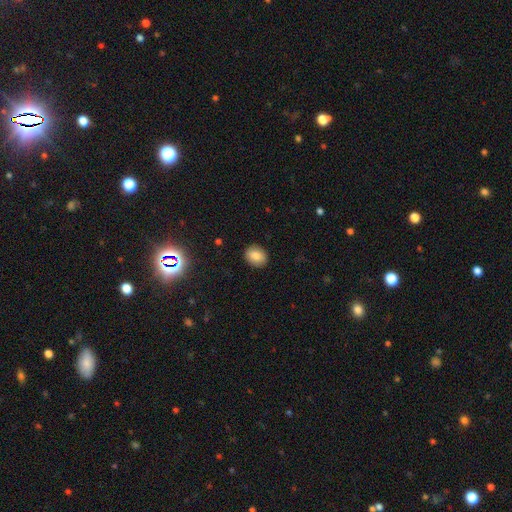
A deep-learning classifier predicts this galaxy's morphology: Smooth or featured? Predicted: smooth (p=0.84). How rounded? Predicted: round (p=0.54). Merging? Predicted: none (p=0.89).